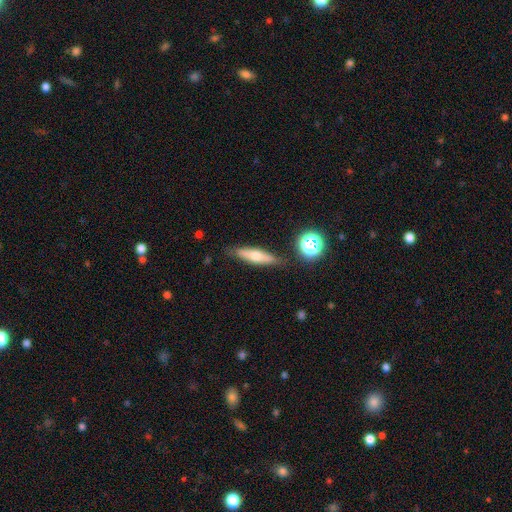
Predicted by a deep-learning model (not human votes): smooth 51%, featured or disk 40%, star or artifact 9%. Down the decision tree: how rounded — cigar-shaped (74%); merging — none (83%).